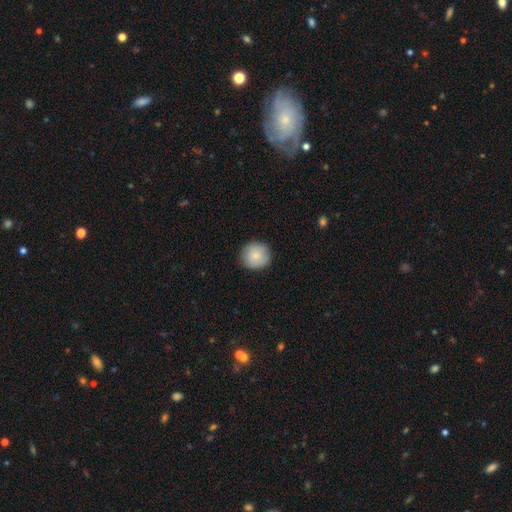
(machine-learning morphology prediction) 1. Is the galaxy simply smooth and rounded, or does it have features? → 82% smooth, 10% featured or disk, 8% star or artifact.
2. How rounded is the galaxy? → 93% round, 6% in between, 1% cigar-shaped.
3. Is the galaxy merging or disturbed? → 88% none, 9% minor disturbance, 2% major disturbance, 1% merger.